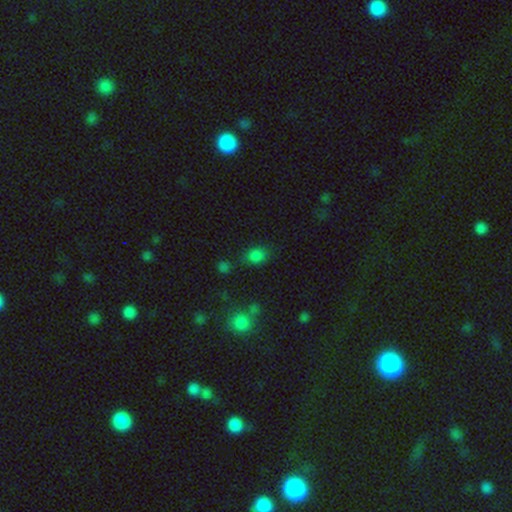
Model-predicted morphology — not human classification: This is likely a smooth galaxy (77%). How rounded: possibly round (51%). Merging: likely none (69%).